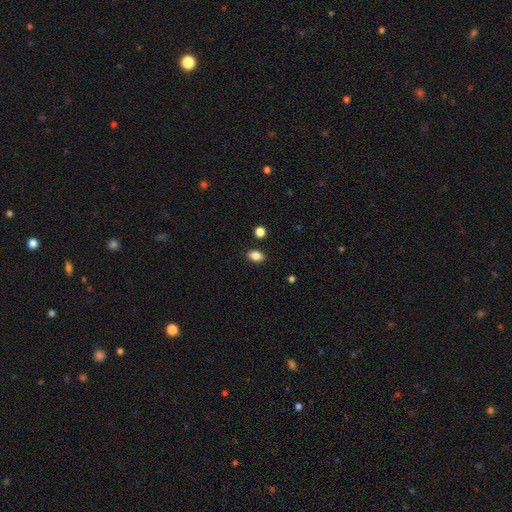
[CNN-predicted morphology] The model was most divided on "how rounded": in between: 83%, round: 15%, cigar-shaped: 2%. More confident: merging — none (86%); smooth or featured — smooth (86%).